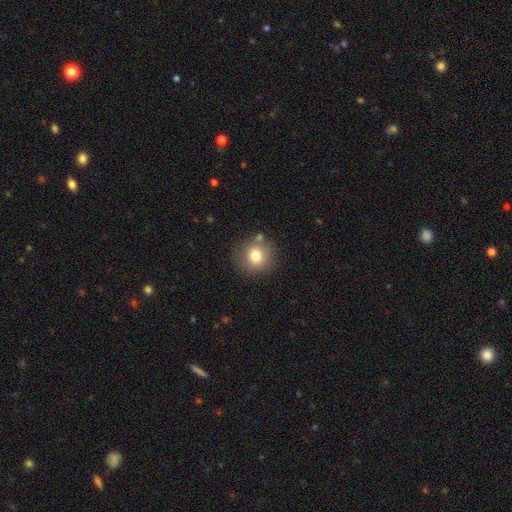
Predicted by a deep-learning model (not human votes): A smooth galaxy with no disk features (77%) that is round (90%).

Vote fractions:
- Smooth or featured? smooth: 77% / featured or disk: 12% / star or artifact: 11%
- How rounded? round: 90% / in between: 9% / cigar-shaped: 1%
- Merging? none: 79% / minor disturbance: 11% / merger: 7% / major disturbance: 3%